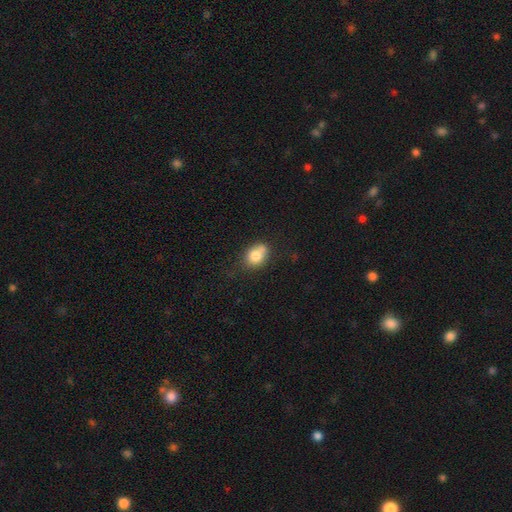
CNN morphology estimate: A smooth galaxy with no disk features (79%) that is in between round and cigar-shaped (59%). Merging: none (51%).